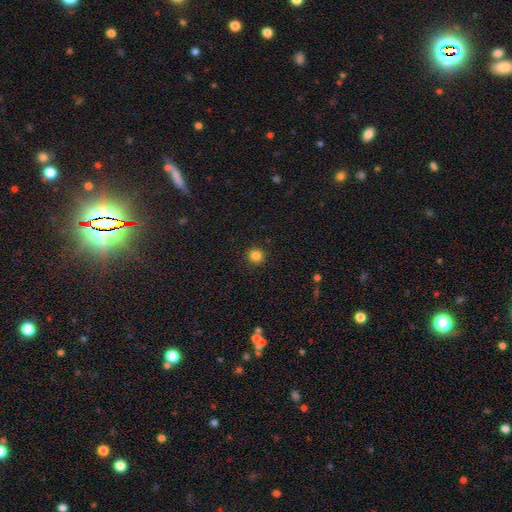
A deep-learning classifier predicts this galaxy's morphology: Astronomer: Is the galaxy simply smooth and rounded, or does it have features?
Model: smooth — 84%.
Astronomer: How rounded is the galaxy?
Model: round — 94%.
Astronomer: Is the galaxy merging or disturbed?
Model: none — 92%.